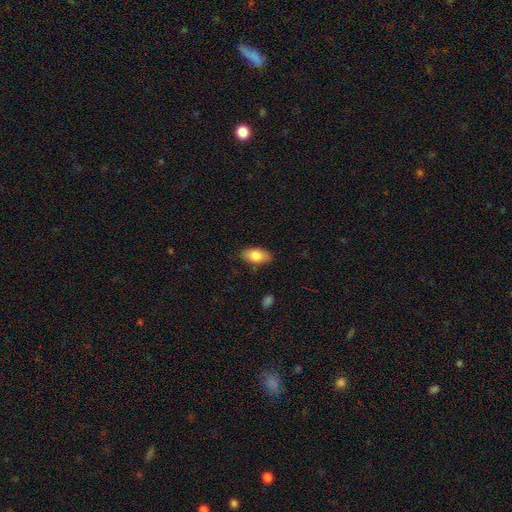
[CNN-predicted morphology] Smooth or featured: smooth — 81% (featured or disk — 13%)
How rounded: in between — 92% (cigar-shaped — 4%)
Merging: none — 82% (minor disturbance — 14%)